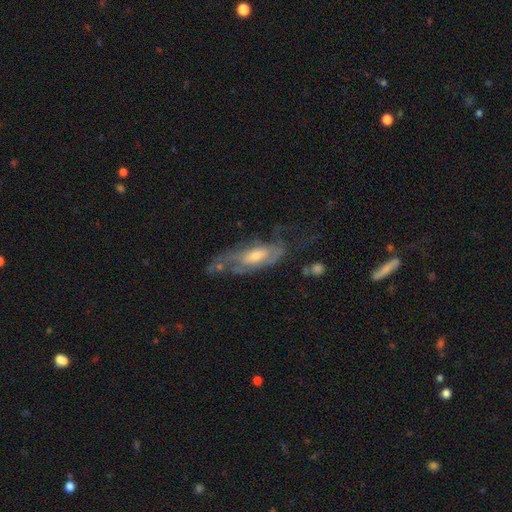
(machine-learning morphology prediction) The model was most divided on "merging": none: 45%, major disturbance: 25%, minor disturbance: 25%, merger: 4%. More confident: edge-on disk — no (79%); spiral arms — yes (71%); smooth or featured — featured or disk (70%); bar — no (62%); bulge size — moderate (59%).